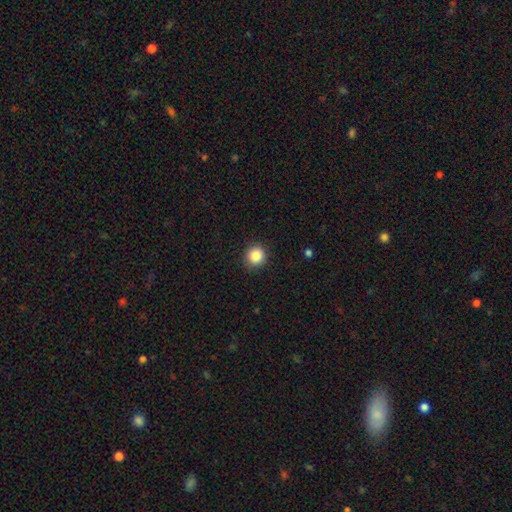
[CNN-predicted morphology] A smooth galaxy with no disk features (87%) that is round (93%). Merging: none (89%).